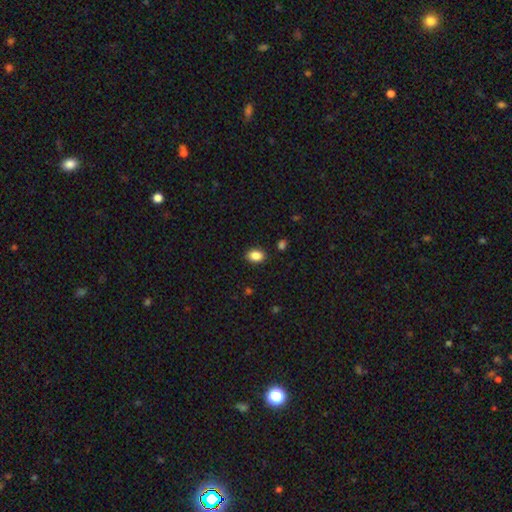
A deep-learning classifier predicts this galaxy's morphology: smooth 87%, star or artifact 9%, featured or disk 4%. Down the decision tree: how rounded — in between (79%); merging — none (88%).